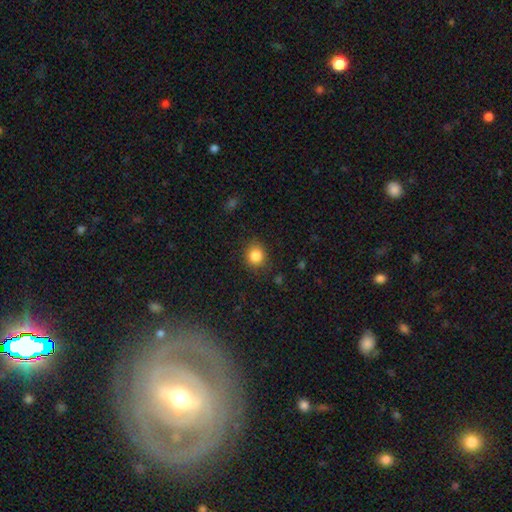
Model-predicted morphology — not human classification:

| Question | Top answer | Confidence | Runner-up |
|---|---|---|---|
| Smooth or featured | smooth | 84% | star or artifact (11%) |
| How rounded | round | 81% | in between (18%) |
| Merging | none | 84% | minor disturbance (11%) |